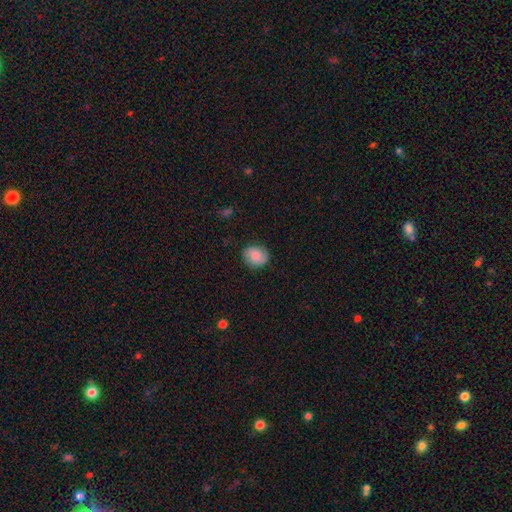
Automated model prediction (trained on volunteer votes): Q: Smooth or featured?
A: smooth (71%); runner-up: featured or disk (20%)
Q: How rounded?
A: round (70%); runner-up: in between (29%)
Q: Merging?
A: none (82%); runner-up: minor disturbance (13%)